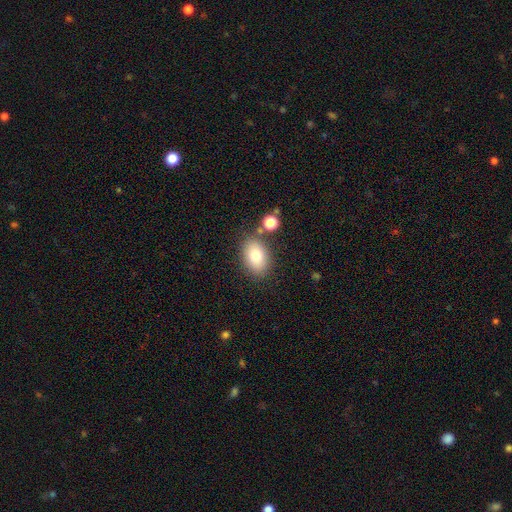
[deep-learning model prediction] Overall: smooth (81%). How rounded: in between (88%). Merging: none (79%).